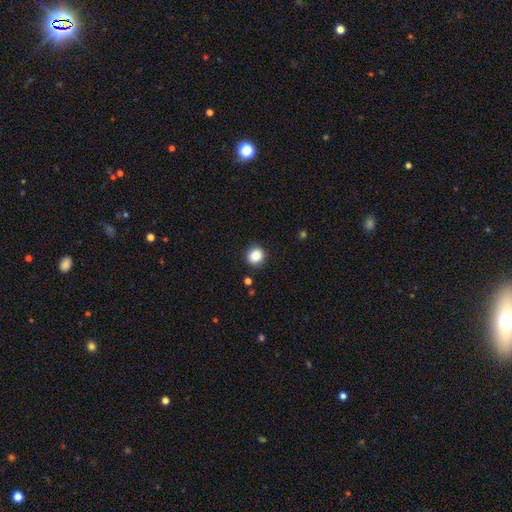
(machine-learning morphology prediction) smooth_or_featured: smooth (p=0.88) [alt: star or artifact p=0.10]
how_rounded: round (p=0.90) [alt: in between p=0.09]
merging: none (p=0.89) [alt: minor disturbance p=0.07]